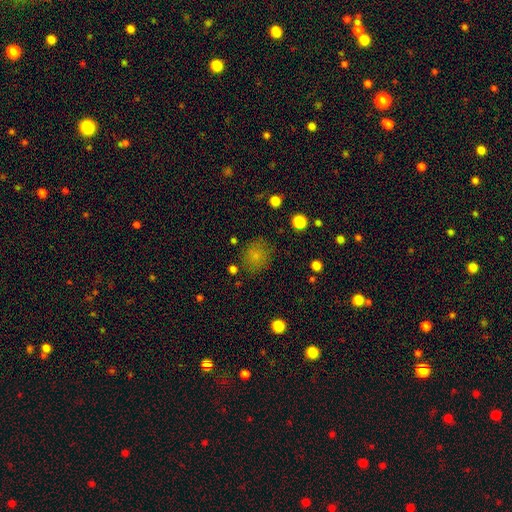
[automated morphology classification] smooth 78%, star or artifact 14%, featured or disk 8%. Down the decision tree: how rounded — round (77%); merging — none (79%).